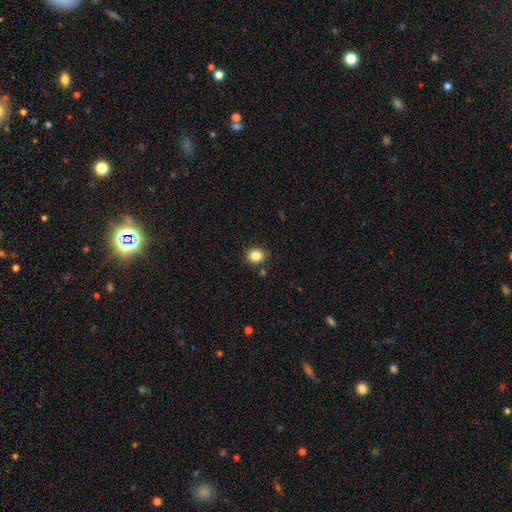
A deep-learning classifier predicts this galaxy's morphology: smooth_or_featured: smooth (p=0.85) [alt: star or artifact p=0.10]
how_rounded: round (p=0.79) [alt: in between p=0.20]
merging: none (p=0.86) [alt: minor disturbance p=0.09]